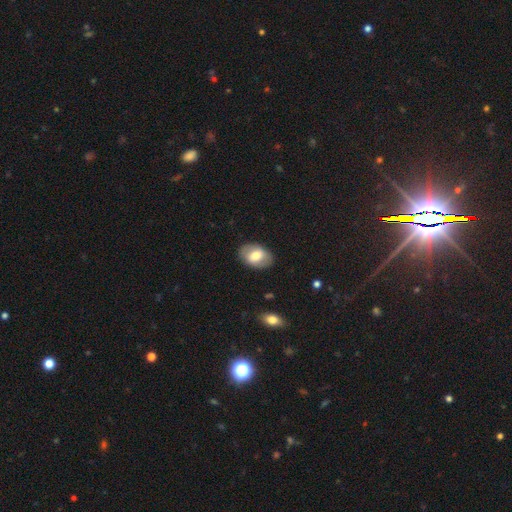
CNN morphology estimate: smooth 60%, featured or disk 33%, star or artifact 7%. Down the decision tree: how rounded — in between (82%); merging — none (84%).